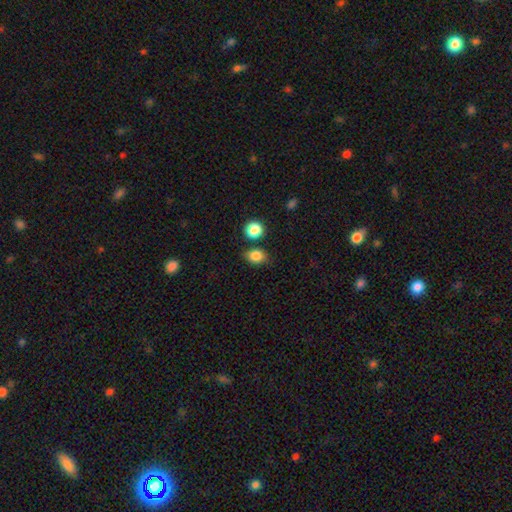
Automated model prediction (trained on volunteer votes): Smooth or featured? smooth (84%)
How rounded? in between (59%)
Merging? none (73%)